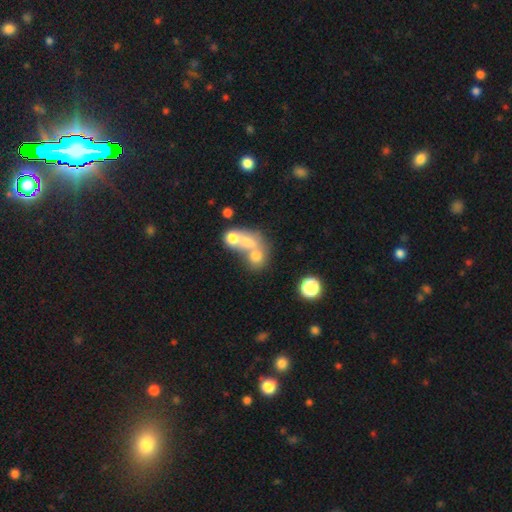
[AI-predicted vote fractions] Smooth or featured? smooth (65%)
How rounded? round (52%)
Merging? merger (62%)